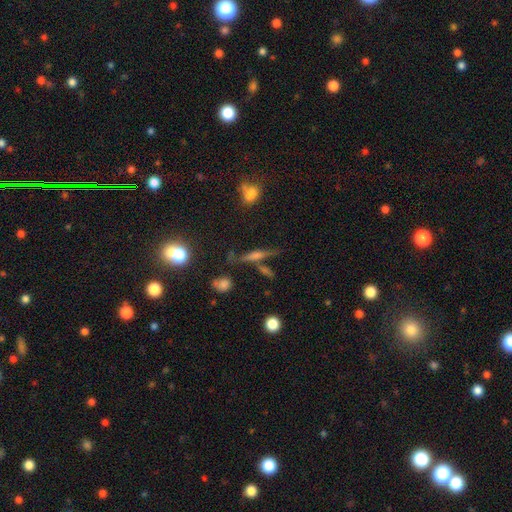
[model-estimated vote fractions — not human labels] A featured or disk galaxy (55%) viewed edge-on (89%). Merging: none (72%).